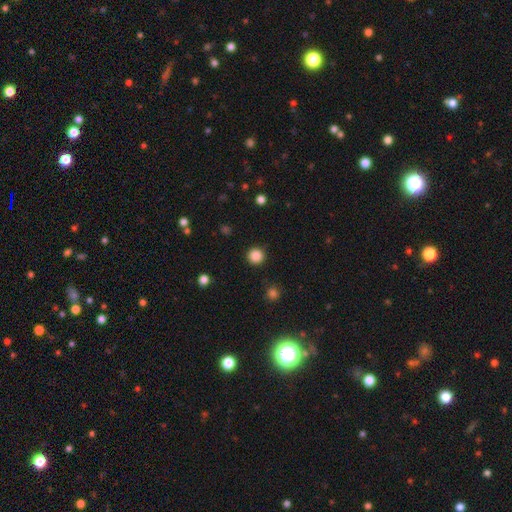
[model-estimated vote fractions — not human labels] Smooth or featured? smooth (87%)
How rounded? round (95%)
Merging? none (91%)